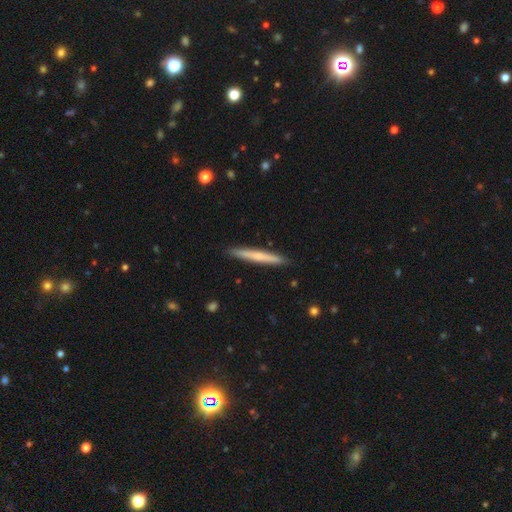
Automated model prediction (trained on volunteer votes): smooth 58%, featured or disk 36%, star or artifact 5%. Down the decision tree: how rounded — cigar-shaped (97%); merging — none (92%).